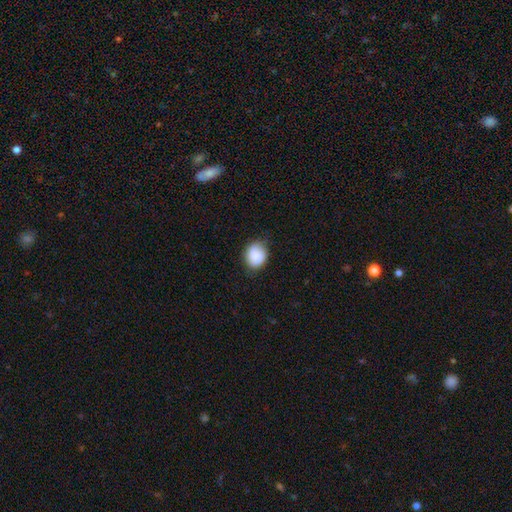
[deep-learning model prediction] Q: Smooth or featured?
A: smooth (86%); runner-up: star or artifact (7%)
Q: How rounded?
A: round (57%); runner-up: in between (42%)
Q: Merging?
A: none (75%); runner-up: minor disturbance (20%)